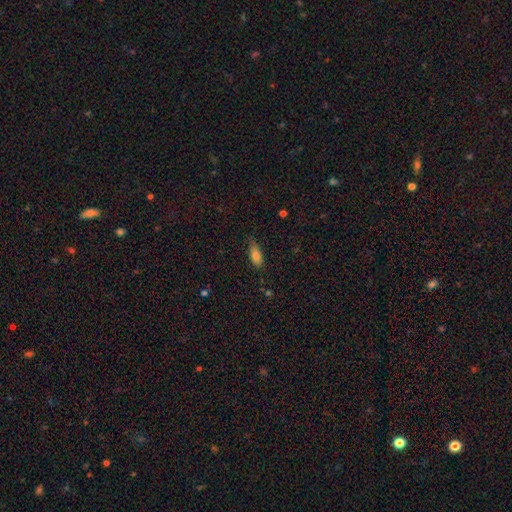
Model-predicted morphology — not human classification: smooth 81%, star or artifact 10%, featured or disk 9%. Down the decision tree: how rounded — in between (77%); merging — none (71%).